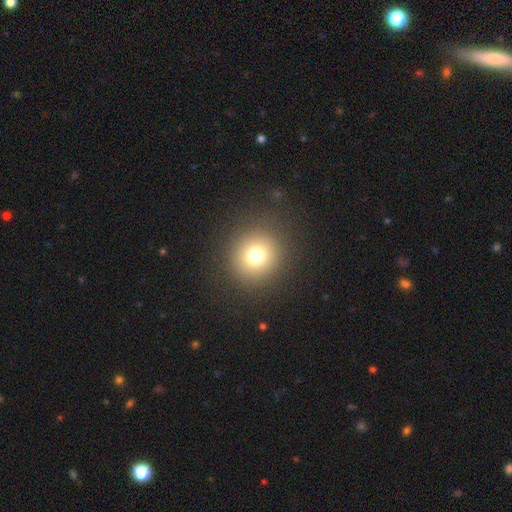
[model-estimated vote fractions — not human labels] smooth-or-featured: smooth: 74% | star or artifact: 16% | featured or disk: 10%
  how-rounded: round: 92% | in between: 7% | cigar-shaped: 1%
  merging: none: 90% | minor disturbance: 6% | major disturbance: 4% | merger: 1%